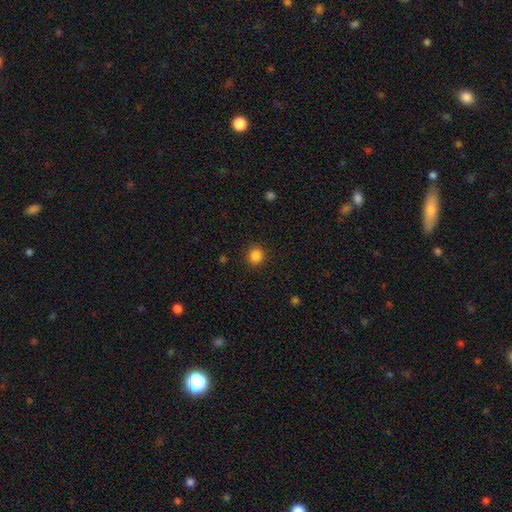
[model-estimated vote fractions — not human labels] smooth-or-featured: smooth: 85% | star or artifact: 12% | featured or disk: 3%
  how-rounded: round: 89% | in between: 10% | cigar-shaped: 1%
  merging: none: 89% | minor disturbance: 7% | major disturbance: 2% | merger: 1%